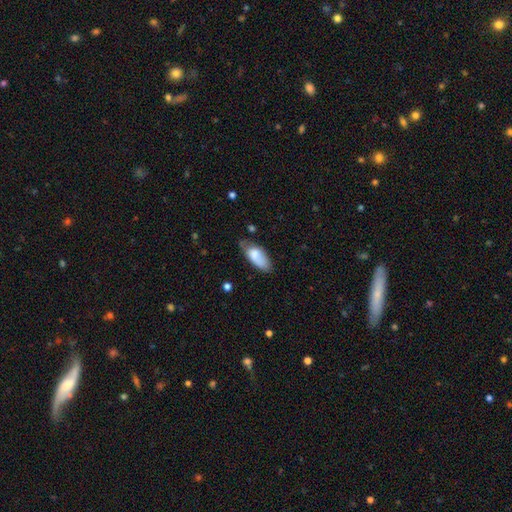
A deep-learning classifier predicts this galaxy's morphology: Smooth or featured? smooth (78%)
How rounded? in between (87%)
Merging? none (49%)